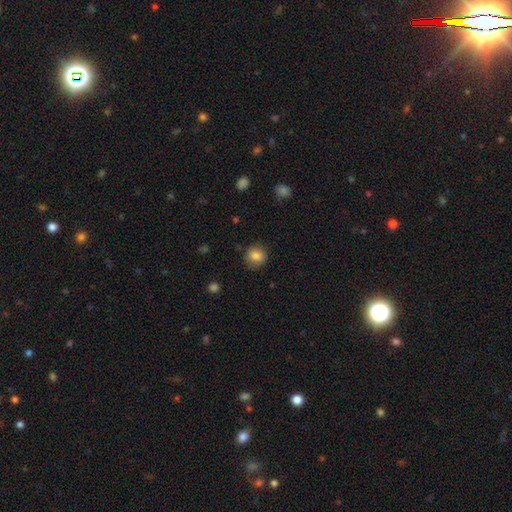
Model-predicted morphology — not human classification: type=smooth (84%); roundness=round (84%); merging=none (81%).